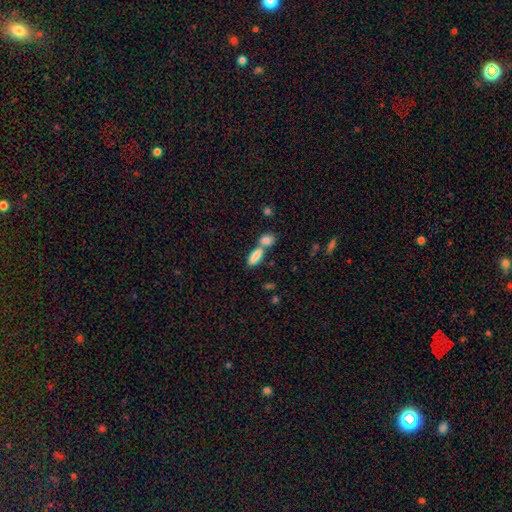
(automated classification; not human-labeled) Smooth or featured? smooth (85%)
How rounded? in between (78%)
Merging? merger (51%)